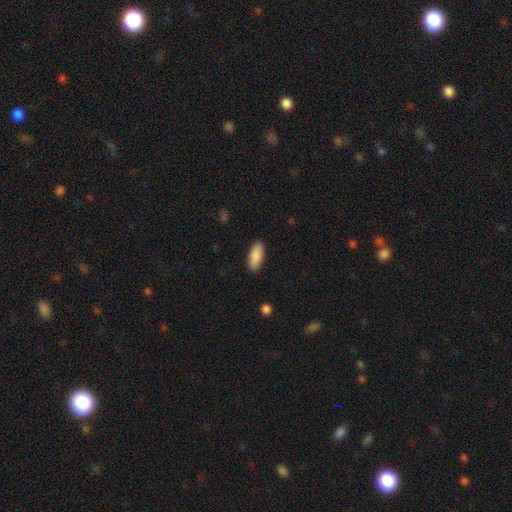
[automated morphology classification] The model was most divided on "how rounded": in between: 82%, cigar-shaped: 16%, round: 2%. More confident: smooth or featured — smooth (90%); merging — none (89%).